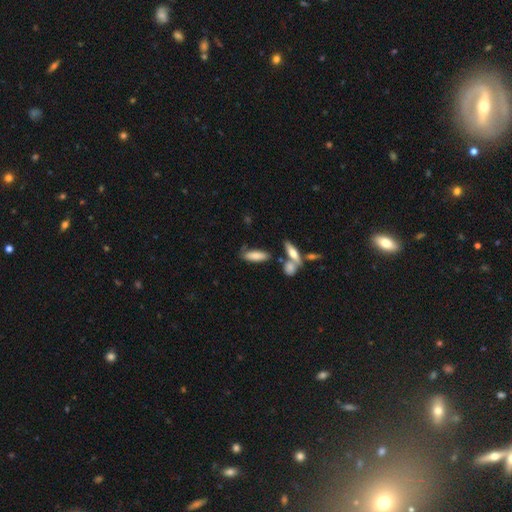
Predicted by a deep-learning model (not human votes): Q: Smooth or featured?
A: smooth (77%); runner-up: featured or disk (16%)
Q: How rounded?
A: in between (55%); runner-up: cigar-shaped (42%)
Q: Merging?
A: none (60%); runner-up: minor disturbance (19%)